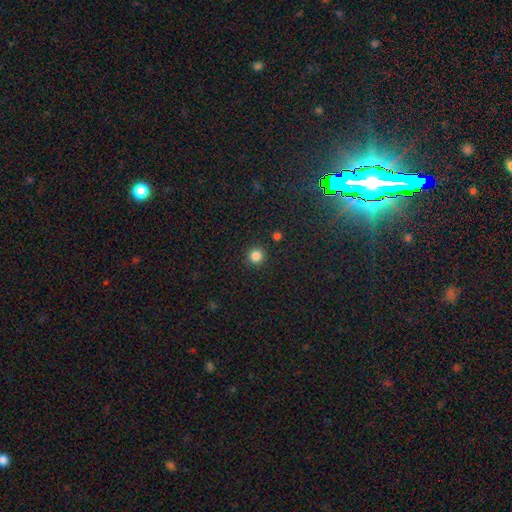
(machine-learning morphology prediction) A smooth galaxy with no disk features (84%) that is round (94%).

Vote fractions:
- Smooth or featured? smooth: 84% / star or artifact: 13% / featured or disk: 4%
- How rounded? round: 94% / in between: 5% / cigar-shaped: 1%
- Merging? none: 92% / minor disturbance: 5% / major disturbance: 2% / merger: 2%